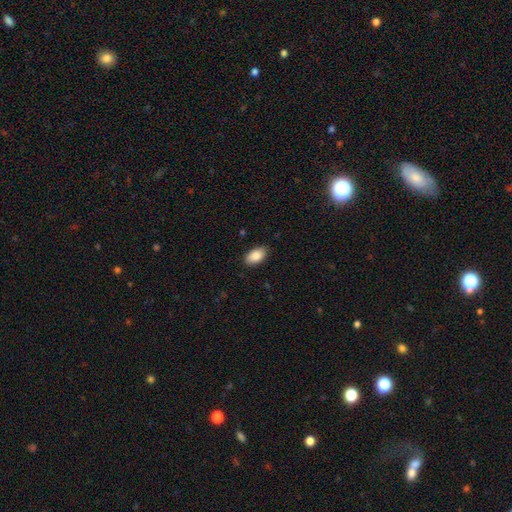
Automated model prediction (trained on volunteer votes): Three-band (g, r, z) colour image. It shows a smooth galaxy with no disk features (88%) that is in between round and cigar-shaped (94%). Merging: none (87%).